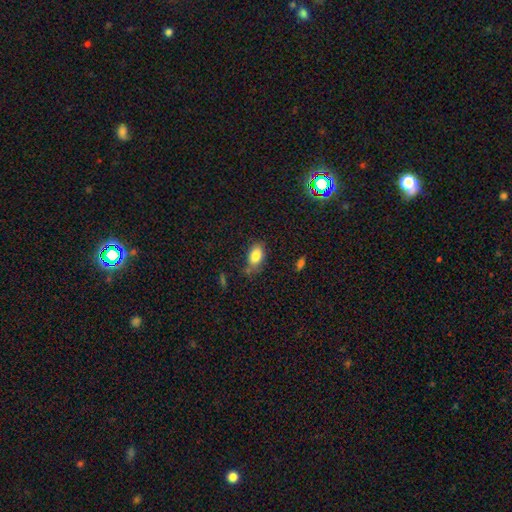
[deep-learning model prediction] Smooth or featured: smooth — 84% (star or artifact — 8%)
How rounded: in between — 90% (round — 7%)
Merging: none — 70% (minor disturbance — 20%)